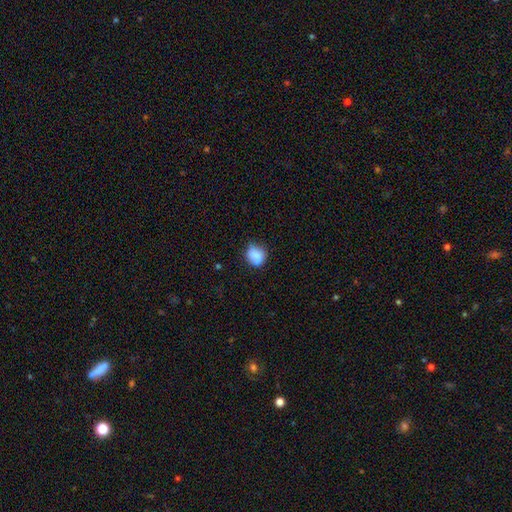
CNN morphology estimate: Q: Smooth or featured?
A: smooth (80%); runner-up: featured or disk (11%)
Q: How rounded?
A: round (71%); runner-up: in between (28%)
Q: Merging?
A: none (67%); runner-up: minor disturbance (25%)